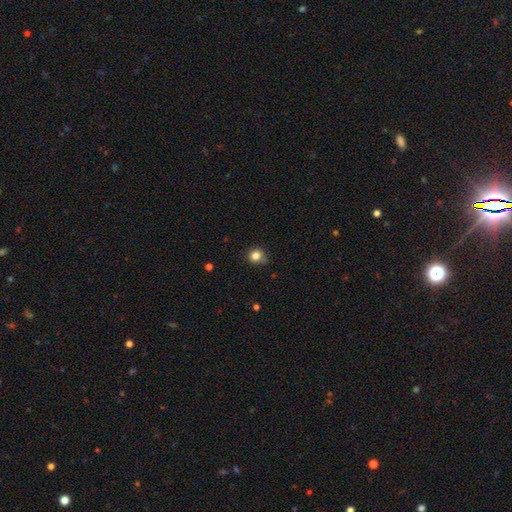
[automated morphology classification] Smooth or featured? smooth (82%)
How rounded? round (85%)
Merging? none (71%)